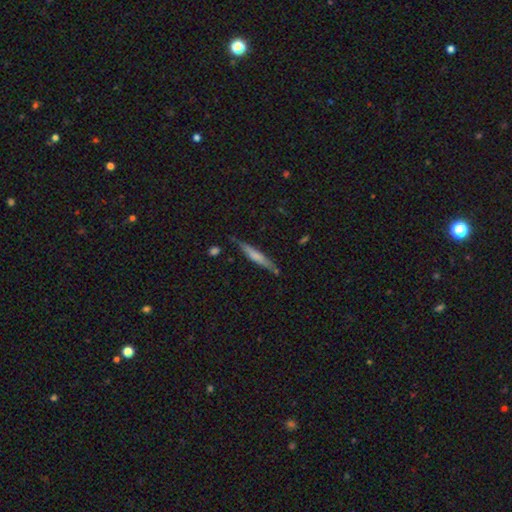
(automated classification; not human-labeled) Smooth or featured? smooth (52%)
How rounded? cigar-shaped (92%)
Merging? none (78%)